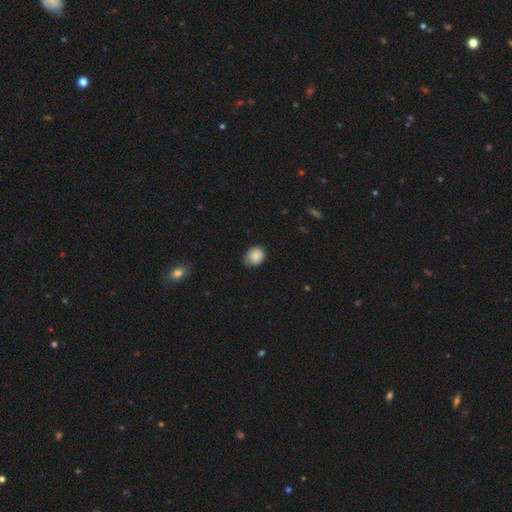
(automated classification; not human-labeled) Overall: smooth (87%). How rounded: round (53%; in between 46%). Merging: none (66%; minor disturbance 29%).